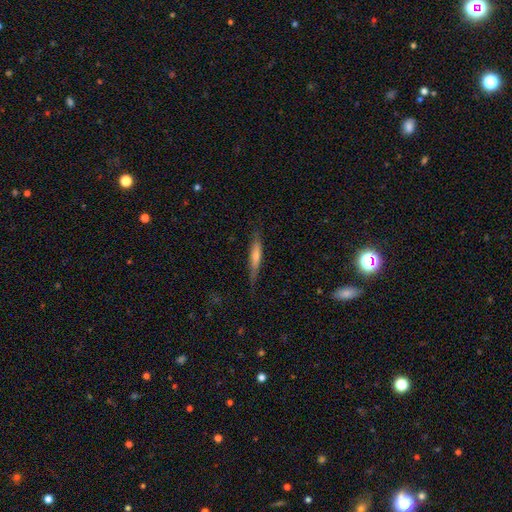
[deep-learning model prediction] smooth_or_featured: featured or disk (p=0.49) [alt: smooth p=0.44]
merging: none (p=0.79) [alt: minor disturbance p=0.16]